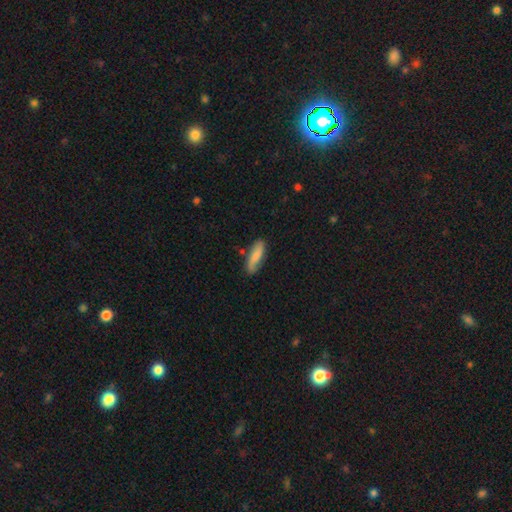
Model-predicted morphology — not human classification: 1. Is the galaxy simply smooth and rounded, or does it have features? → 74% smooth, 20% featured or disk, 6% star or artifact.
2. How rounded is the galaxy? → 52% cigar-shaped, 46% in between, 2% round.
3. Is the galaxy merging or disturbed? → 77% none, 17% minor disturbance, 3% major disturbance, 3% merger.